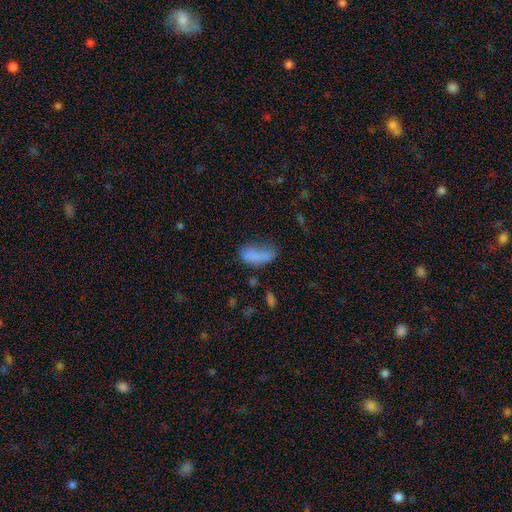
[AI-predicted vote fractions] The model was most divided on "merging": none: 34%, minor disturbance: 27%, major disturbance: 27%, merger: 12%. More confident: how rounded — in between (80%); smooth or featured — smooth (75%).